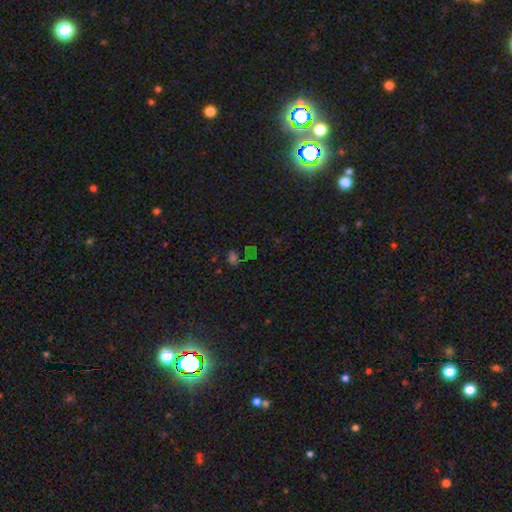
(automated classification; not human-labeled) Morphology: type=star or artifact (61%).